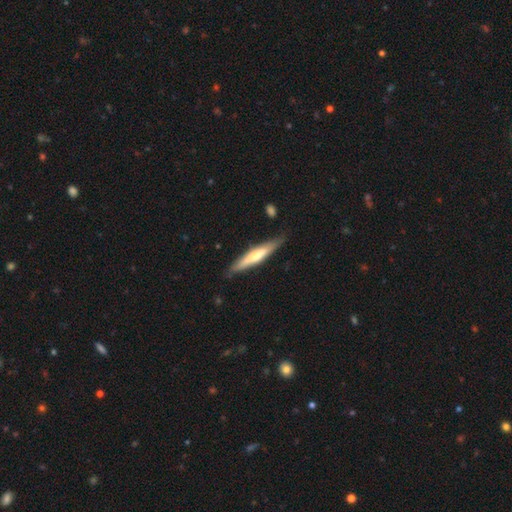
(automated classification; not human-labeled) This appears to be a smooth galaxy with no disk features (50%). Merging: none (82%).